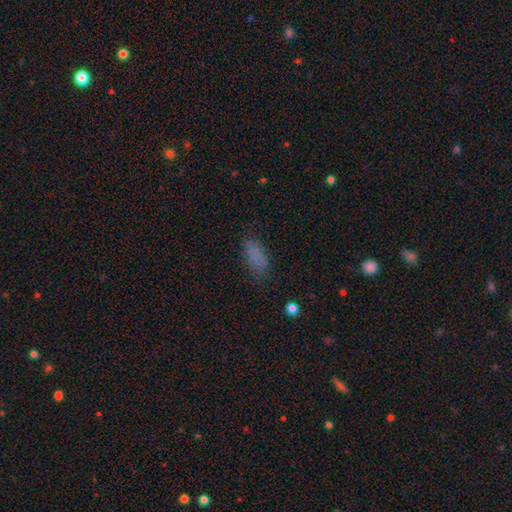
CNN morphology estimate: Smooth or featured?
  - smooth: 79% *
  - star or artifact: 13%
  - featured or disk: 8%
How rounded?
  - in between: 83% *
  - cigar-shaped: 14%
  - round: 3%
Merging?
  - none: 72% *
  - minor disturbance: 19%
  - major disturbance: 8%
  - merger: 2%